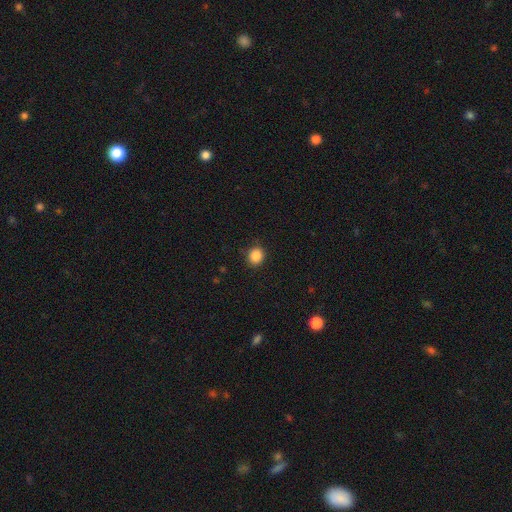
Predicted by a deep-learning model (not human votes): Smooth or featured? smooth (87%)
How rounded? round (76%)
Merging? none (88%)